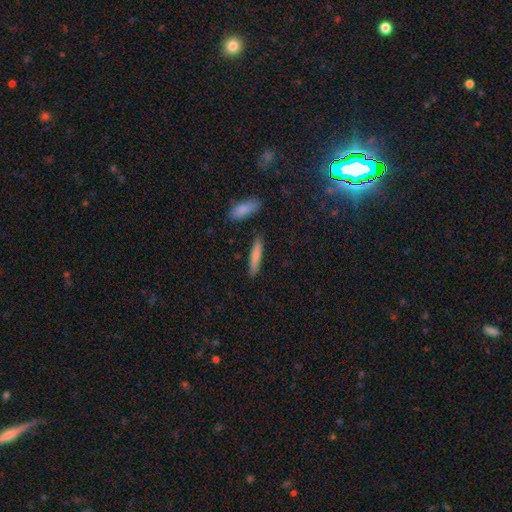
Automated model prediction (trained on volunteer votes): smooth 77%, featured or disk 17%, star or artifact 6%. Down the decision tree: how rounded — cigar-shaped (89%); merging — none (87%).